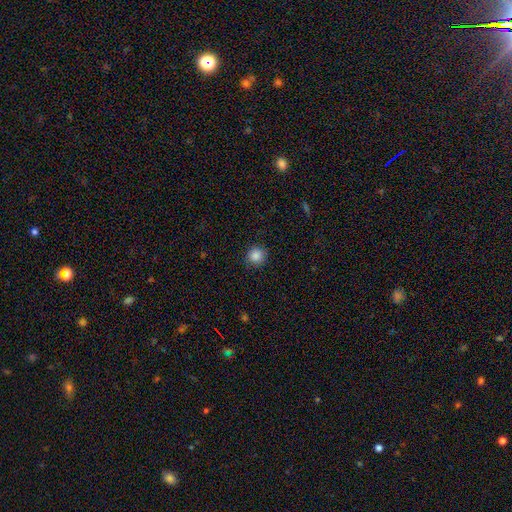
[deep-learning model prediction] smooth 86%, star or artifact 10%, featured or disk 4%. Down the decision tree: how rounded — round (92%); merging — none (88%).